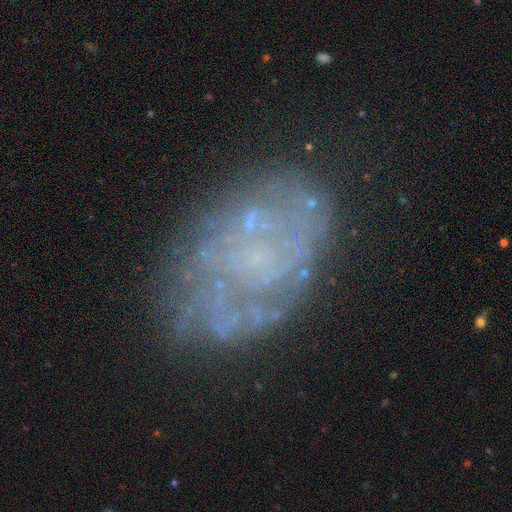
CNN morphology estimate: Smooth or featured: featured or disk — 71% (smooth — 18%)
Edge-on disk: no — 97% (yes — 3%)
Bar: no — 86% (weak — 11%)
Spiral arms: no — 51% (yes — 49%)
Bulge size: none — 60% (small — 31%)
Merging: none — 68% (minor disturbance — 18%)